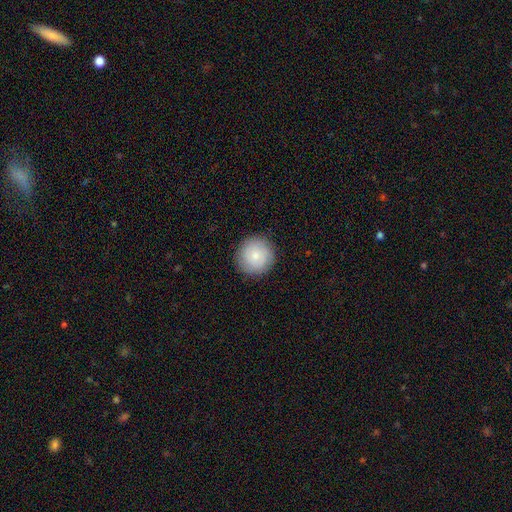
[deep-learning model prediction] A smooth galaxy with no disk features (77%) that is round (95%).

Vote fractions:
- Smooth or featured? smooth: 77% / featured or disk: 16% / star or artifact: 7%
- How rounded? round: 95% / in between: 4% / cigar-shaped: 1%
- Merging? none: 89% / minor disturbance: 8% / major disturbance: 2% / merger: 1%